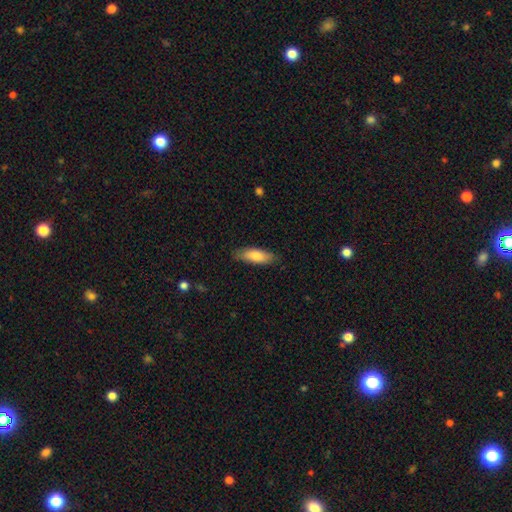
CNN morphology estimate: Overall: smooth (78%). How rounded: in between (63%; cigar-shaped 35%). Merging: none (81%).